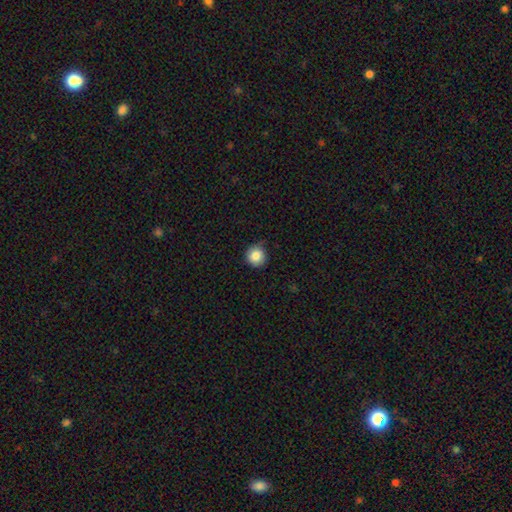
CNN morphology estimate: A smooth galaxy with no disk features (84%) that is round (94%).

Vote fractions:
- Smooth or featured? smooth: 84% / star or artifact: 10% / featured or disk: 6%
- How rounded? round: 94% / in between: 5% / cigar-shaped: 1%
- Merging? none: 78% / minor disturbance: 18% / major disturbance: 3% / merger: 1%